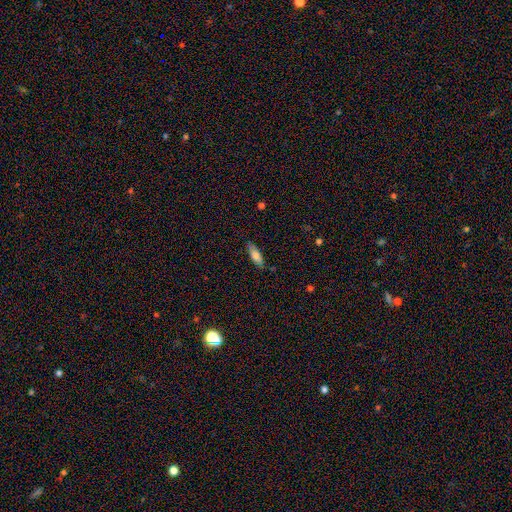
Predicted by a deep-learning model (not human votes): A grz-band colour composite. It shows a smooth galaxy with no disk features (72%) that is in between round and cigar-shaped (63%). Merging: none (82%).